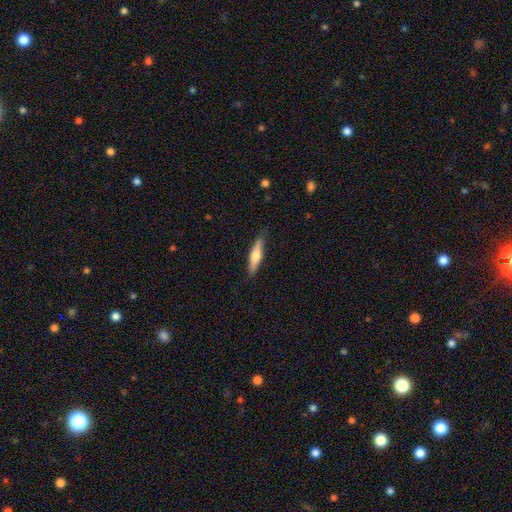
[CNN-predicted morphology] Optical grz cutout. It shows a smooth galaxy with no disk features (54%) that is cigar-shaped (76%). Merging: none (84%).